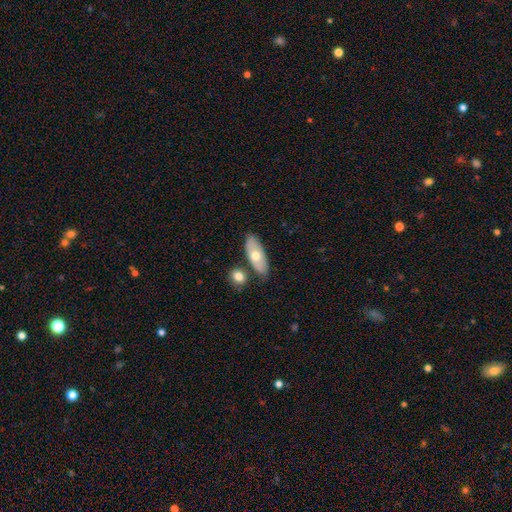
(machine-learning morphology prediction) smooth-or-featured: smooth: 63% | featured or disk: 31% | star or artifact: 6%
  how-rounded: in between: 79% | cigar-shaped: 17% | round: 4%
  merging: none: 73% | merger: 12% | minor disturbance: 12% | major disturbance: 3%